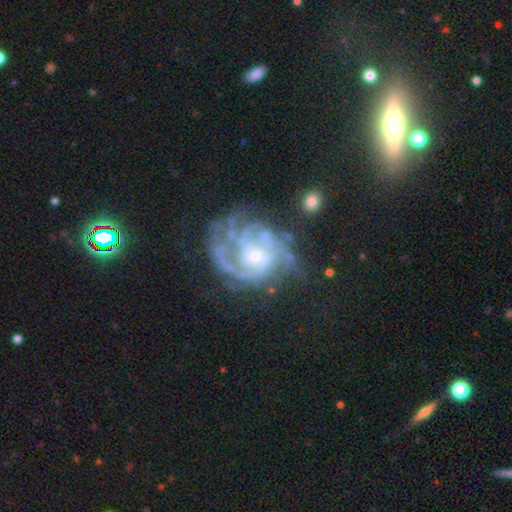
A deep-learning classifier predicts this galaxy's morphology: Smooth or featured? Predicted: featured or disk (p=0.85). Edge-on disk? Predicted: no (p=0.98). Bar? Predicted: no (p=0.74). Spiral arms? Predicted: yes (p=0.88). Spiral winding? Predicted: tight (p=0.48). Spiral arm count? Predicted: can't tell (p=0.35). Bulge size? Predicted: small (p=0.63). Merging? Predicted: none (p=0.48).